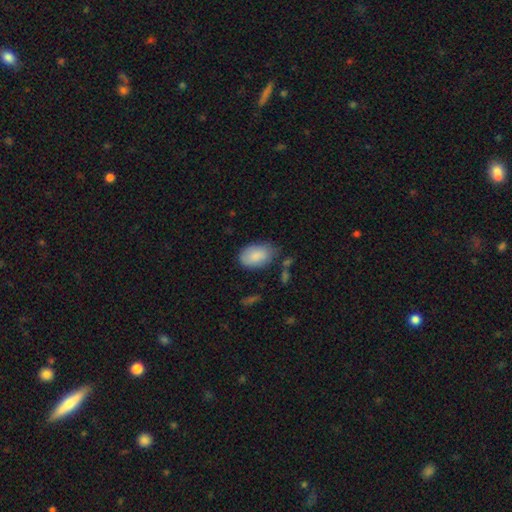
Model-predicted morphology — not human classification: Smooth or featured? smooth (86%)
How rounded? in between (91%)
Merging? none (65%)